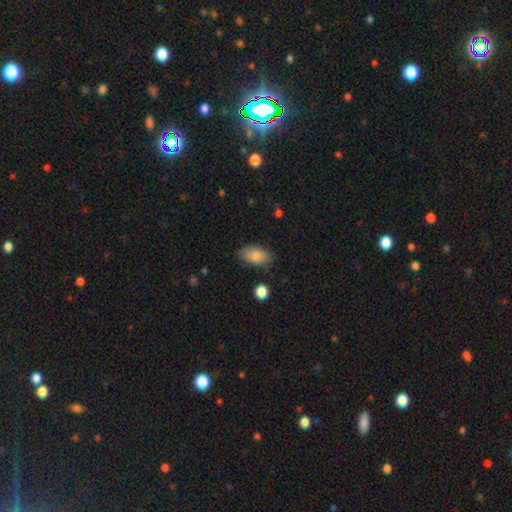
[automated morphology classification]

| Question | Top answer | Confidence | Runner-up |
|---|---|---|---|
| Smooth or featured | smooth | 82% | featured or disk (11%) |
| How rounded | in between | 92% | round (5%) |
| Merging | none | 81% | minor disturbance (14%) |